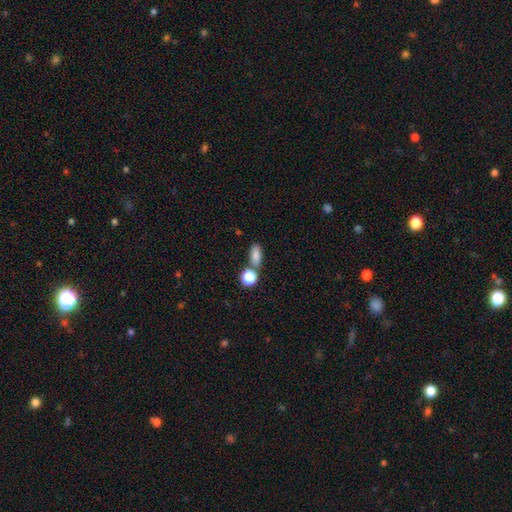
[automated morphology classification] Q: Smooth or featured?
A: smooth (81%); runner-up: star or artifact (11%)
Q: How rounded?
A: in between (77%); runner-up: round (13%)
Q: Merging?
A: none (64%); runner-up: merger (19%)